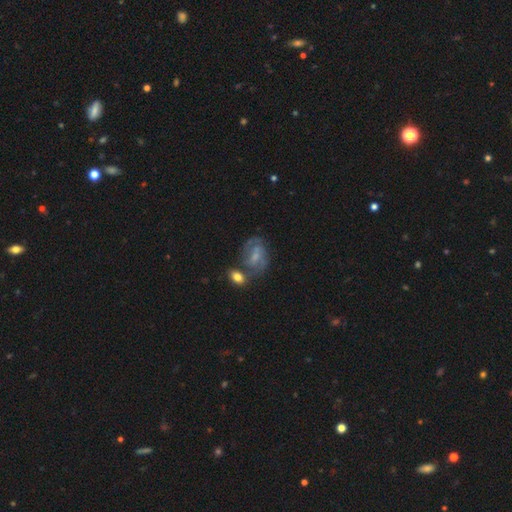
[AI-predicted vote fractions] The model was most divided on "bar": weak: 48%, no: 39%, strong: 13%. Remaining: edge-on disk — no (96%); spiral arms — yes (79%); smooth or featured — featured or disk (64%); merging — none (51%); bulge size — small (44%).